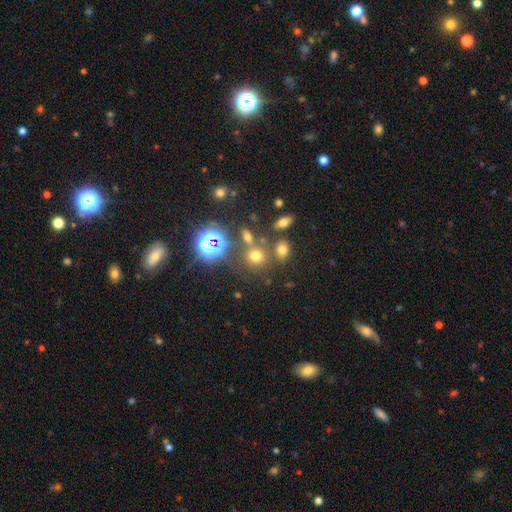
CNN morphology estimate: Smooth or featured: smooth — 61% (star or artifact — 29%)
How rounded: round — 82% (in between — 16%)
Merging: none — 69% (merger — 16%)